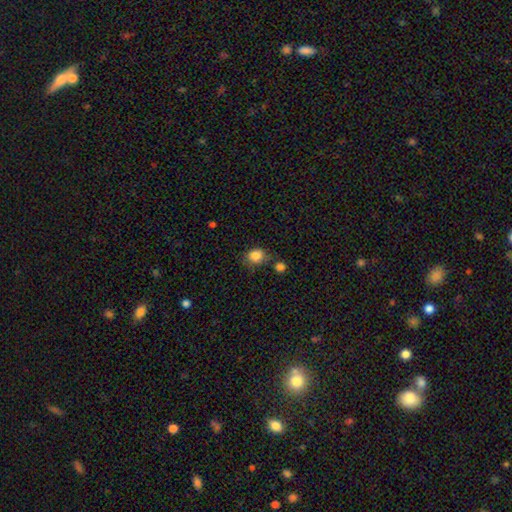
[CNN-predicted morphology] The model was most divided on "how rounded": round: 68%, in between: 31%, cigar-shaped: 1%. More confident: smooth or featured — smooth (85%); merging — none (64%).